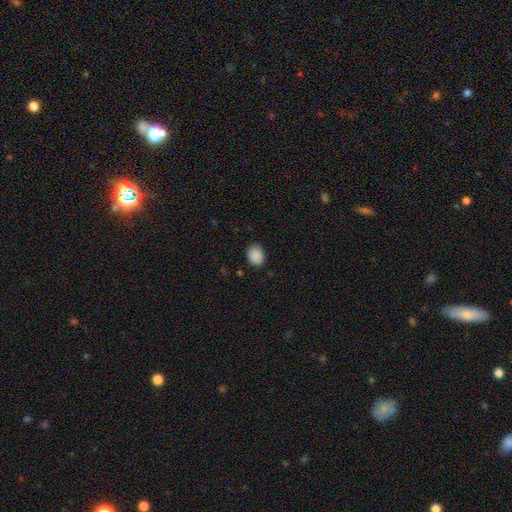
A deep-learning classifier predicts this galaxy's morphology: A smooth galaxy with no disk features (89%) that is round (52%).

Vote fractions:
- Smooth or featured? smooth: 89% / star or artifact: 8% / featured or disk: 3%
- How rounded? round: 52% / in between: 47% / cigar-shaped: 1%
- Merging? none: 86% / minor disturbance: 10% / major disturbance: 3% / merger: 1%